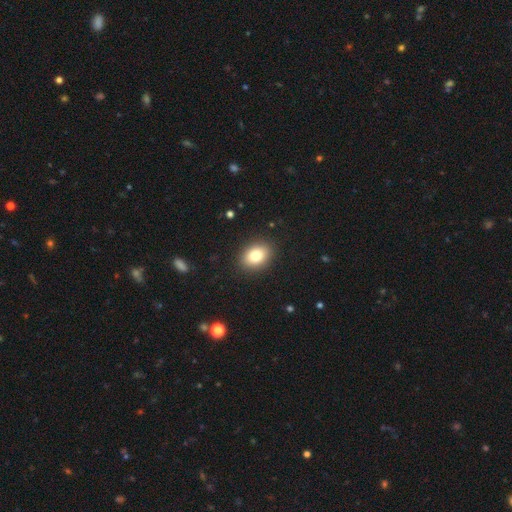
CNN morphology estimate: Smooth or featured: smooth — 82% (featured or disk — 9%)
How rounded: in between — 71% (round — 27%)
Merging: none — 89% (minor disturbance — 8%)